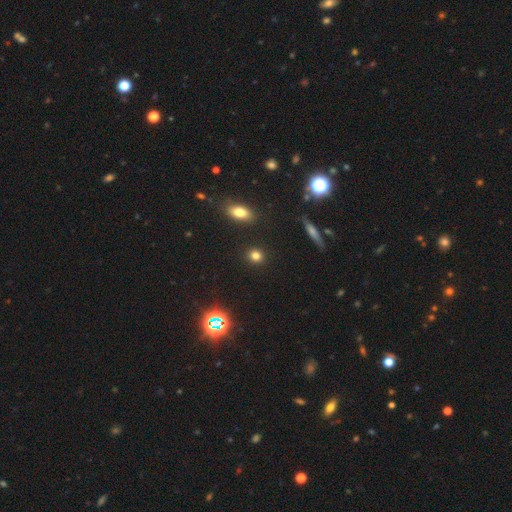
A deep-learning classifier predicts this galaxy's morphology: Q: Smooth or featured?
A: smooth (79%); runner-up: star or artifact (16%)
Q: How rounded?
A: round (84%); runner-up: in between (14%)
Q: Merging?
A: none (90%); runner-up: minor disturbance (6%)